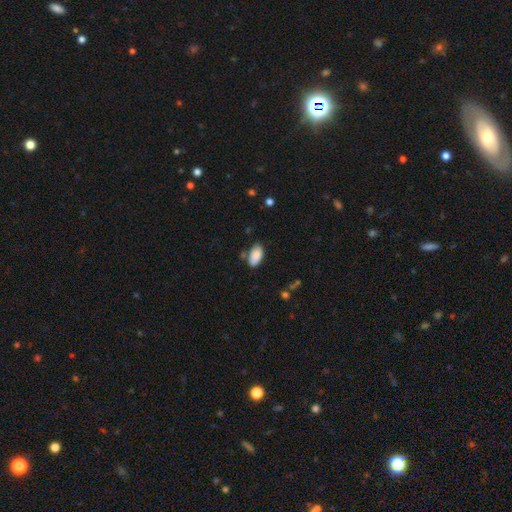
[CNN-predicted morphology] Smooth or featured? smooth (86%)
How rounded? in between (94%)
Merging? none (71%)